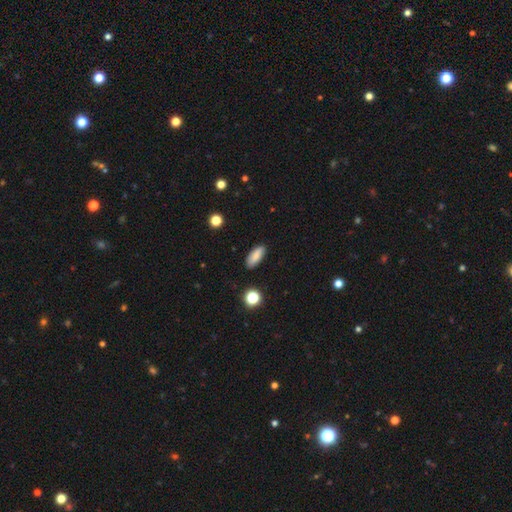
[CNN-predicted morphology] Smooth or featured?
  - smooth: 84% *
  - star or artifact: 8%
  - featured or disk: 8%
How rounded?
  - in between: 76% *
  - cigar-shaped: 21%
  - round: 3%
Merging?
  - none: 88% *
  - minor disturbance: 9%
  - major disturbance: 2%
  - merger: 1%